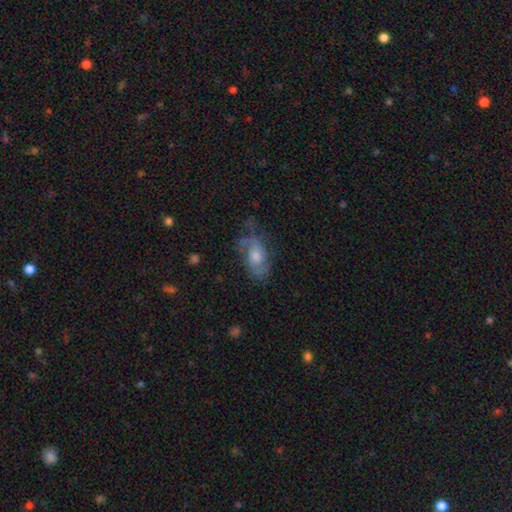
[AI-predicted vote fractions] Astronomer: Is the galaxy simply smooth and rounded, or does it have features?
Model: featured or disk — 68%.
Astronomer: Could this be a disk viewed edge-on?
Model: no — 94%.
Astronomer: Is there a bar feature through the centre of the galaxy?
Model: no — 67%.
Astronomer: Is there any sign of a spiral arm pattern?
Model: yes — 87%.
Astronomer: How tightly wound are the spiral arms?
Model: medium — 47% (runner-up: loose, 31%).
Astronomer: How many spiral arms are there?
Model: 2 — 76%.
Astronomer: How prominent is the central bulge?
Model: moderate — 57%.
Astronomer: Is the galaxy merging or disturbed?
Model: none — 63%.